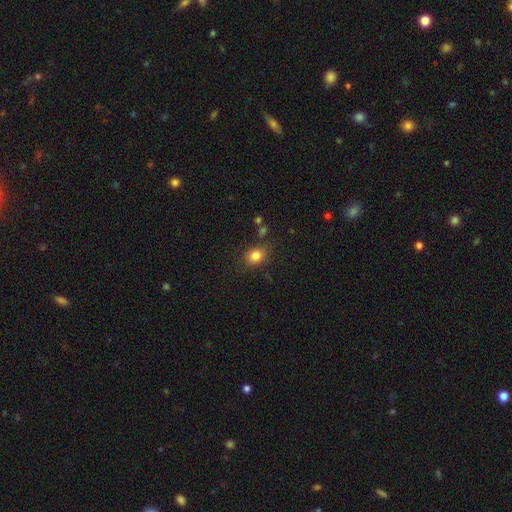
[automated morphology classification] A smooth galaxy with no disk features (83%) that is round (51%).

Vote fractions:
- Smooth or featured? smooth: 83% / star or artifact: 11% / featured or disk: 6%
- How rounded? round: 51% / in between: 48% / cigar-shaped: 1%
- Merging? none: 77% / minor disturbance: 15% / major disturbance: 4% / merger: 4%